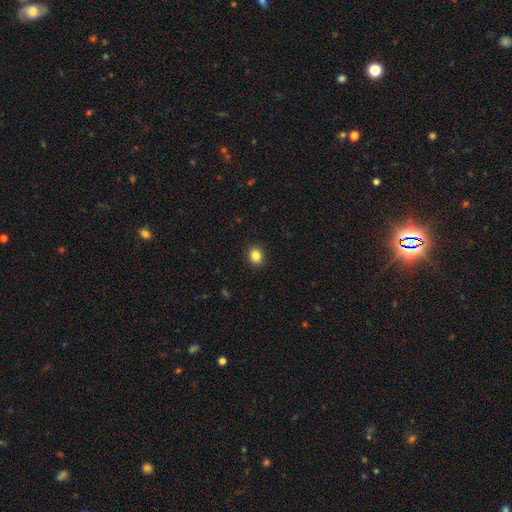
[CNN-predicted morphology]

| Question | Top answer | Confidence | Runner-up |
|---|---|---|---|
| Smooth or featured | smooth | 84% | star or artifact (10%) |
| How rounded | round | 72% | in between (27%) |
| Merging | none | 91% | minor disturbance (6%) |